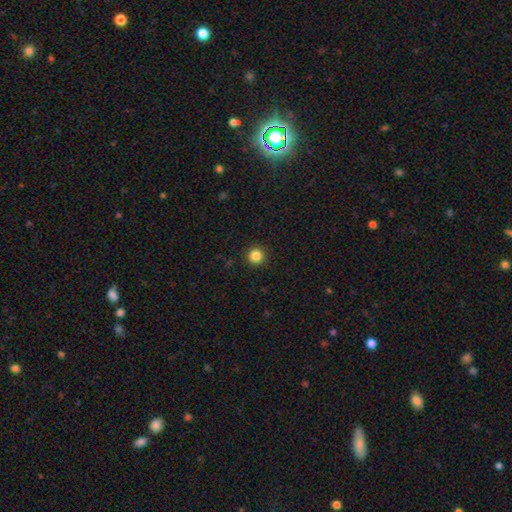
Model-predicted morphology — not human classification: type=smooth (85%); roundness=round (96%); merging=none (93%).